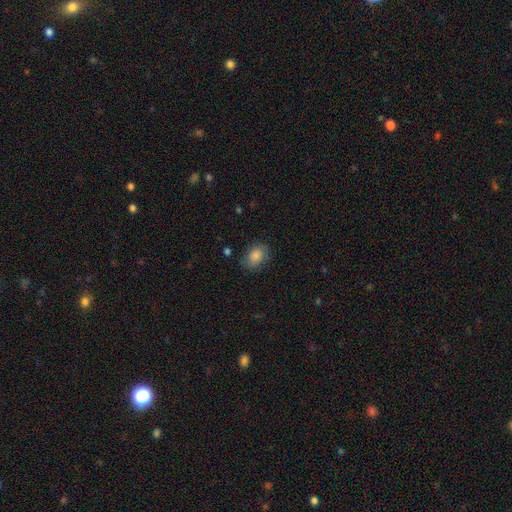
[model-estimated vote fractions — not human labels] A smooth galaxy with no disk features (82%) that is in between round and cigar-shaped (75%). Merging: none (73%).